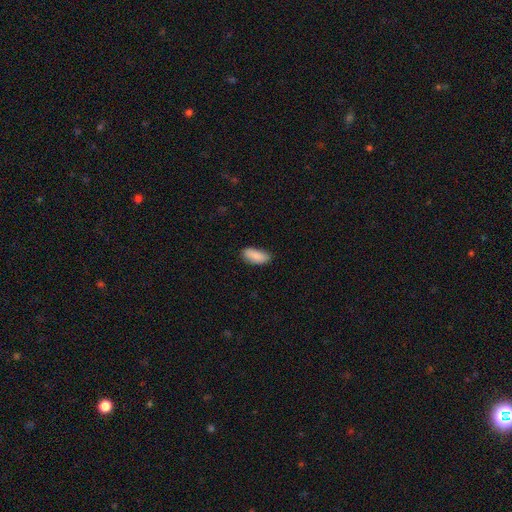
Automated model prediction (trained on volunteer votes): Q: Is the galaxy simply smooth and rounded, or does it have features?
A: smooth — 87%.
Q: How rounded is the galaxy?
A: in between — 86%.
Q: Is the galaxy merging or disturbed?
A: none — 78%.